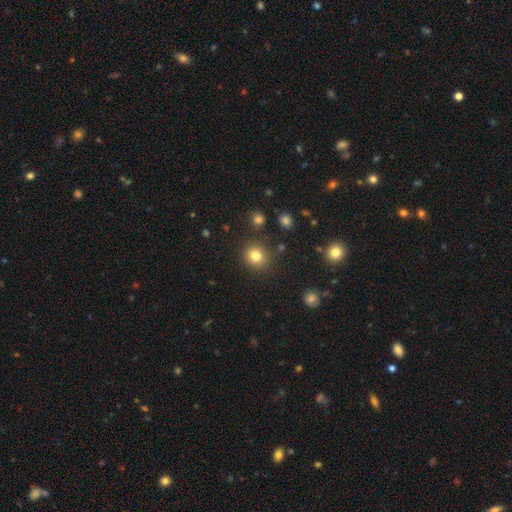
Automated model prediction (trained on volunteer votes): Smooth or featured: smooth — 81% (star or artifact — 13%)
How rounded: round — 89% (in between — 10%)
Merging: none — 87% (minor disturbance — 7%)